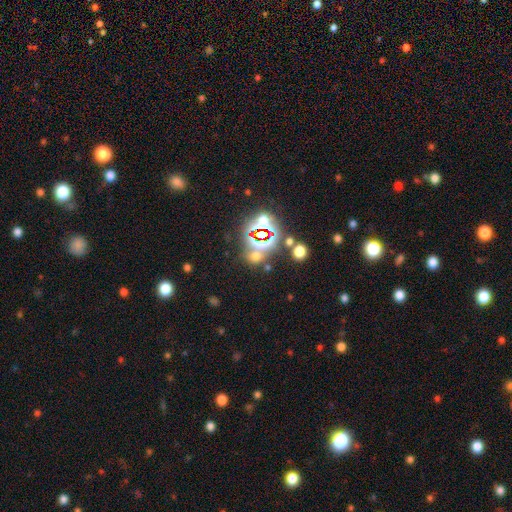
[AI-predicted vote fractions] Smooth or featured? star or artifact (53%)